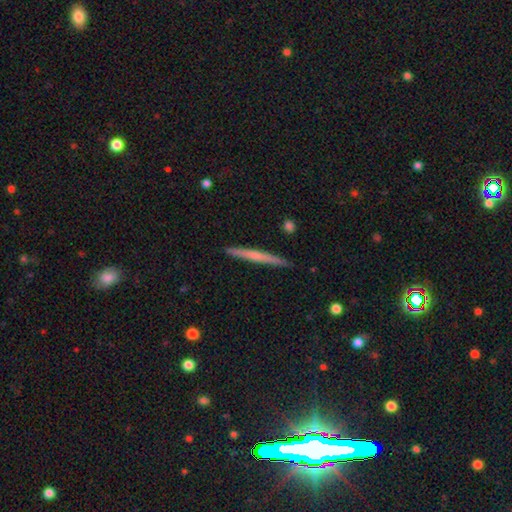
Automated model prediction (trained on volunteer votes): smooth-or-featured: featured or disk: 48% | smooth: 46% | star or artifact: 6%
  merging: none: 91% | minor disturbance: 6% | major disturbance: 1% | merger: 1%